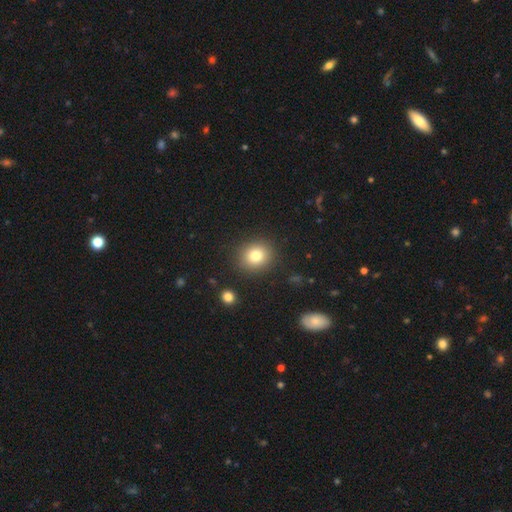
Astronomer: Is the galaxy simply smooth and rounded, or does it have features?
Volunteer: smooth — 82%.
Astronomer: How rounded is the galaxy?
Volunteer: round — 81%.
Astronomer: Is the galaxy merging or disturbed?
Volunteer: none — 97%.